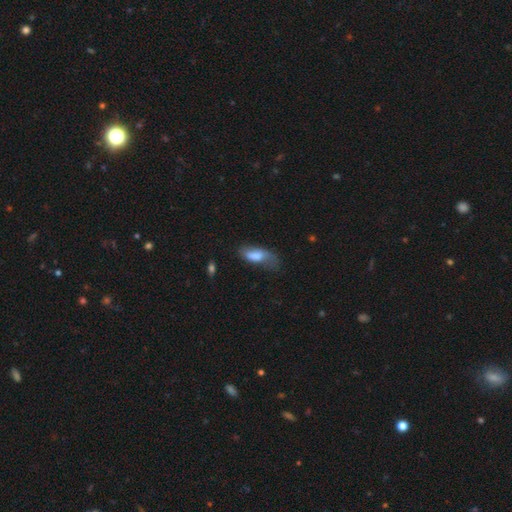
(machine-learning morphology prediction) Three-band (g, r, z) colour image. It shows a smooth galaxy with no disk features (73%) that is in between round and cigar-shaped (79%). Merging: none (36%).